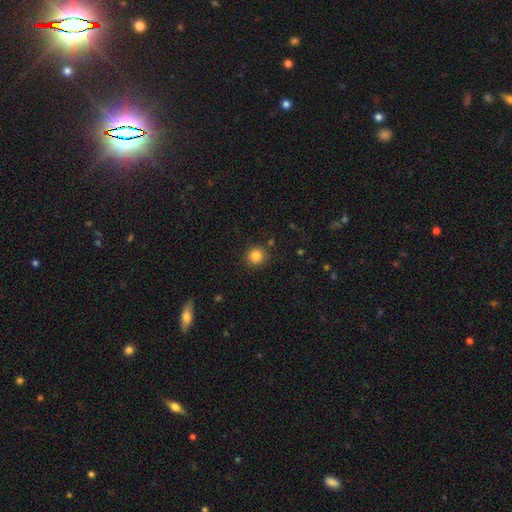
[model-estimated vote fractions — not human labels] Smooth or featured? smooth (85%)
How rounded? round (92%)
Merging? none (87%)